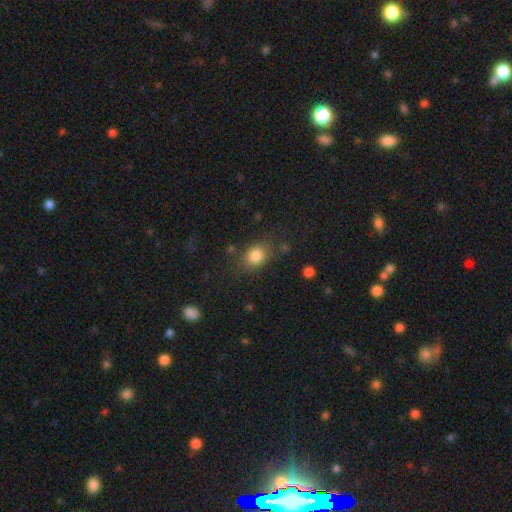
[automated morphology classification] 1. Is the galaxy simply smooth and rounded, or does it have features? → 83% smooth, 10% star or artifact, 7% featured or disk.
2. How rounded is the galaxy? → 58% in between, 41% round, 1% cigar-shaped.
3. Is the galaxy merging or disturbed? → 75% none, 16% minor disturbance, 6% major disturbance, 3% merger.